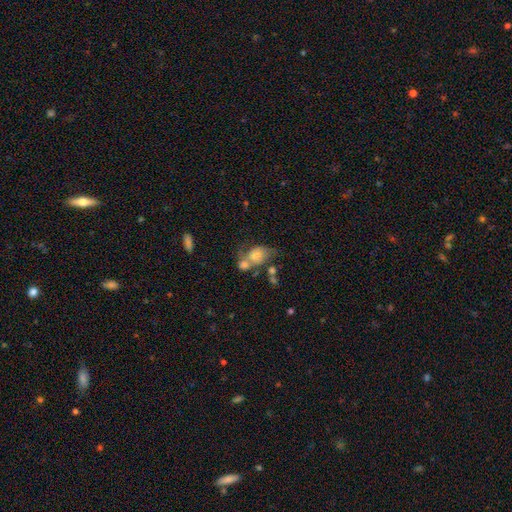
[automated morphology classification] Smooth or featured? Predicted: smooth (p=0.51). How rounded? Predicted: in between (p=0.59). Merging? Predicted: merger (p=0.41).